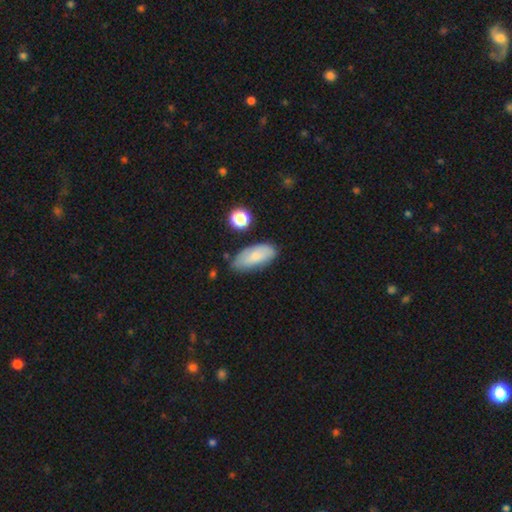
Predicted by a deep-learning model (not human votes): smooth_or_featured: smooth (p=0.78) [alt: featured or disk p=0.14]
how_rounded: in between (p=0.85) [alt: cigar-shaped p=0.13]
merging: none (p=0.71) [alt: minor disturbance p=0.21]